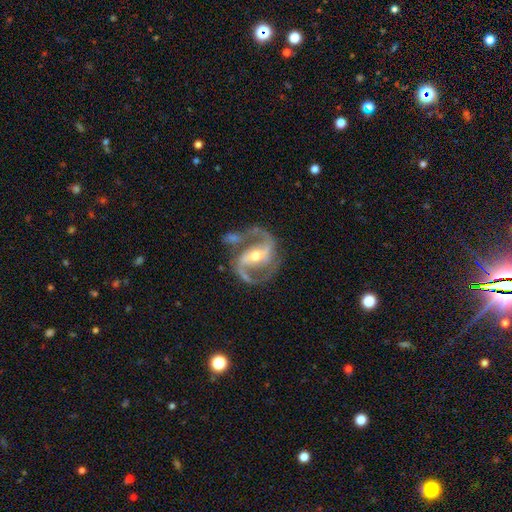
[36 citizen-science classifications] A featured or disk galaxy (89%) with a strong bar (47%), 2 (94%) medium (66%) spiral arms (100%) and a moderate central bulge (69%). Merging: none (71%).